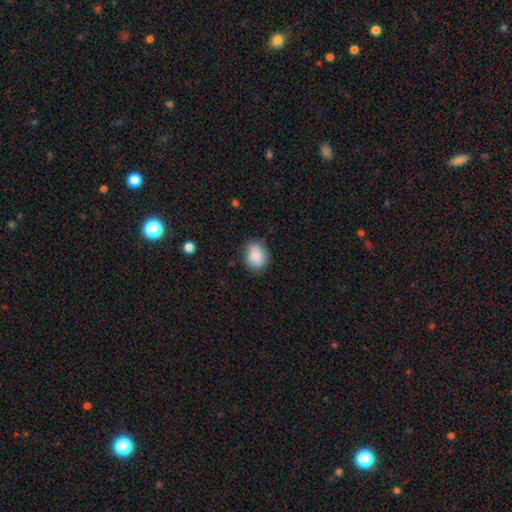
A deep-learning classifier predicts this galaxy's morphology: Smooth or featured?
  - smooth: 86% *
  - star or artifact: 8%
  - featured or disk: 6%
How rounded?
  - in between: 52% *
  - round: 47%
  - cigar-shaped: 1%
Merging?
  - none: 76% *
  - minor disturbance: 18%
  - major disturbance: 4%
  - merger: 1%